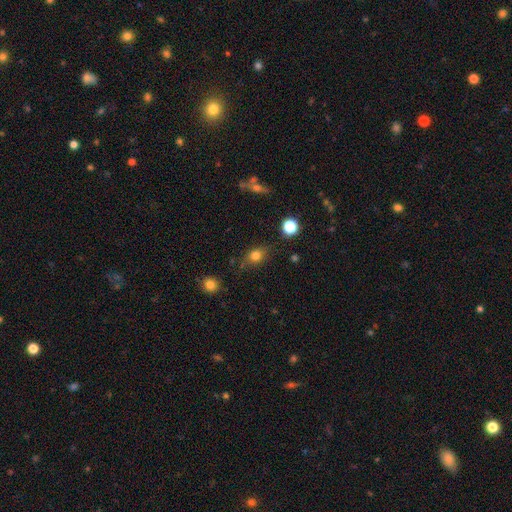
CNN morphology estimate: A smooth galaxy with no disk features (77%) that is in between round and cigar-shaped (52%).

Vote fractions:
- Smooth or featured? smooth: 77% / star or artifact: 14% / featured or disk: 9%
- How rounded? in between: 52% / round: 45% / cigar-shaped: 2%
- Merging? none: 76% / minor disturbance: 17% / major disturbance: 5% / merger: 3%